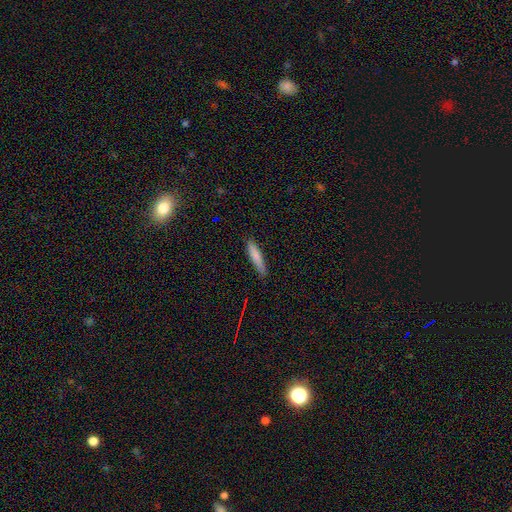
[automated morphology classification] Smooth or featured: smooth — 78% (featured or disk — 16%)
How rounded: cigar-shaped — 87% (in between — 11%)
Merging: none — 85% (minor disturbance — 12%)